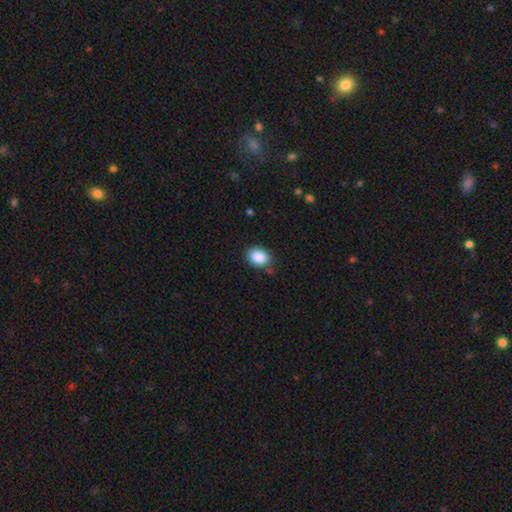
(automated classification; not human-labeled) A smooth galaxy with no disk features (89%) that is in between round and cigar-shaped (71%). Merging: none (82%).